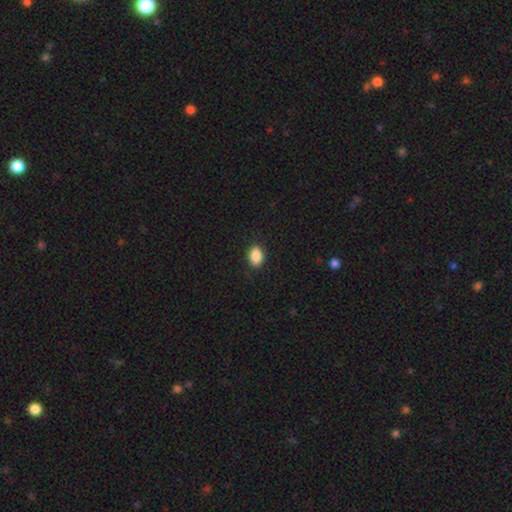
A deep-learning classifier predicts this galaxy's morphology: Smooth or featured?
  - smooth: 88% *
  - star or artifact: 8%
  - featured or disk: 4%
How rounded?
  - in between: 82% *
  - round: 16%
  - cigar-shaped: 1%
Merging?
  - none: 89% *
  - minor disturbance: 8%
  - major disturbance: 2%
  - merger: 1%